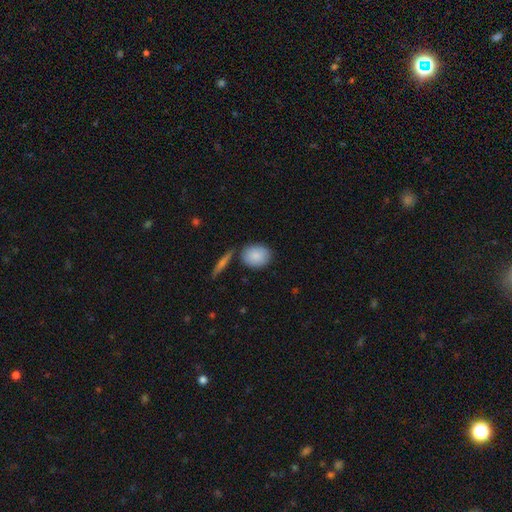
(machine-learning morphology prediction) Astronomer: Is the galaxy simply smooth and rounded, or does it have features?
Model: smooth — 85%.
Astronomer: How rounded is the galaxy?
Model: in between — 54% (runner-up: round, 44%).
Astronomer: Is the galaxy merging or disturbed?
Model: none — 74%.